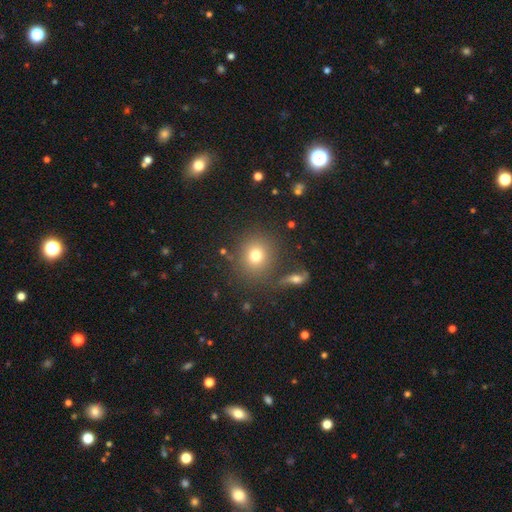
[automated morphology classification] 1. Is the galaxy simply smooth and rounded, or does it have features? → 75% smooth, 14% star or artifact, 11% featured or disk.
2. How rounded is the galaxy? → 85% round, 14% in between, 1% cigar-shaped.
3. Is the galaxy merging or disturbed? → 82% none, 9% minor disturbance, 5% merger, 4% major disturbance.